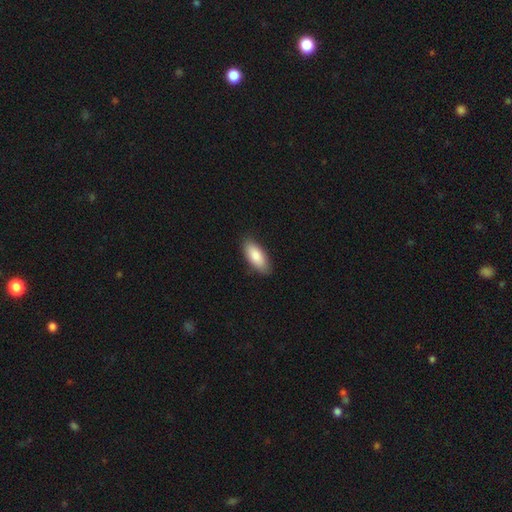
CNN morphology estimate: Smooth or featured? smooth (85%)
How rounded? in between (82%)
Merging? none (86%)